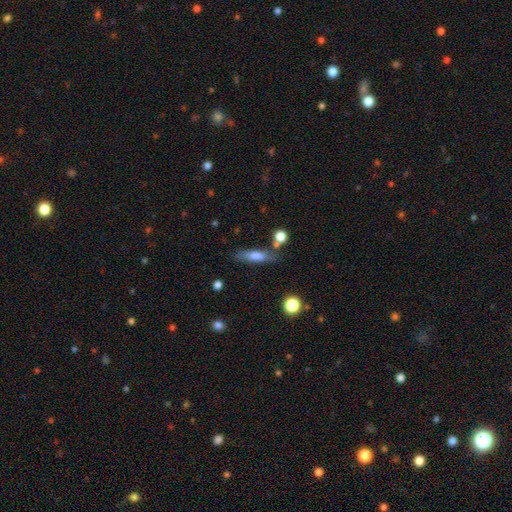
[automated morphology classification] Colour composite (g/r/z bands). It shows a smooth galaxy with no disk features (66%) that is cigar-shaped (64%). Merging: none (70%).